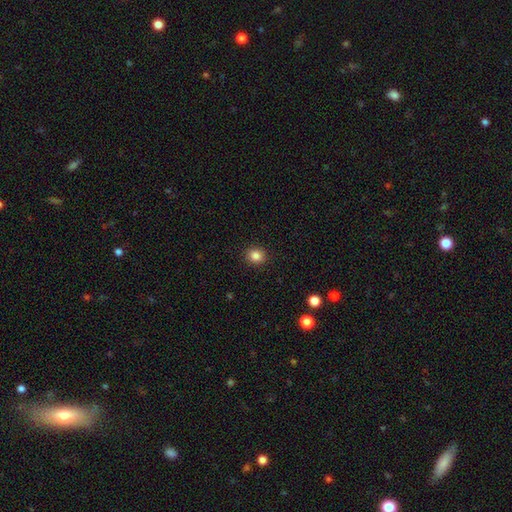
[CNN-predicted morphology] This appears to be a smooth galaxy with no disk features (85%) that is round (79%). Merging: none (91%).